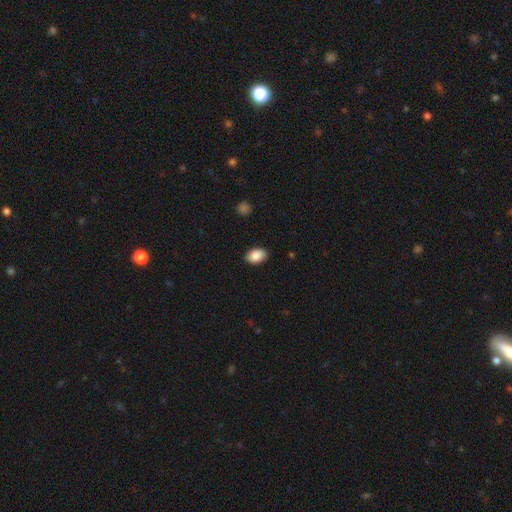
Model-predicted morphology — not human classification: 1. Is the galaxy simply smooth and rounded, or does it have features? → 88% smooth, 7% star or artifact, 4% featured or disk.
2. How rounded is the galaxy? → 87% in between, 12% round, 1% cigar-shaped.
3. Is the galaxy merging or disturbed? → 88% none, 9% minor disturbance, 2% major disturbance, 1% merger.